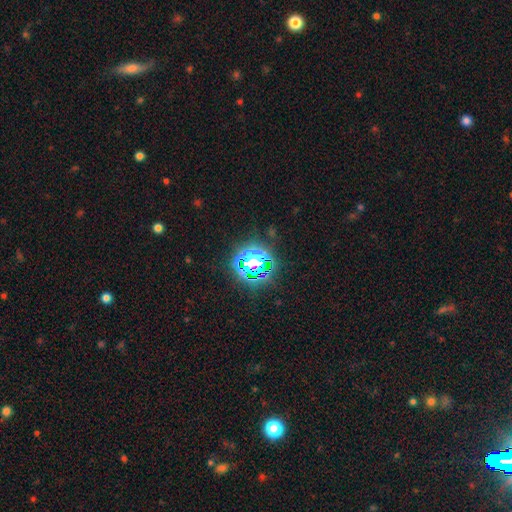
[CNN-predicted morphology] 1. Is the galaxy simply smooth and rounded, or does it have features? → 70% star or artifact, 20% smooth, 10% featured or disk.